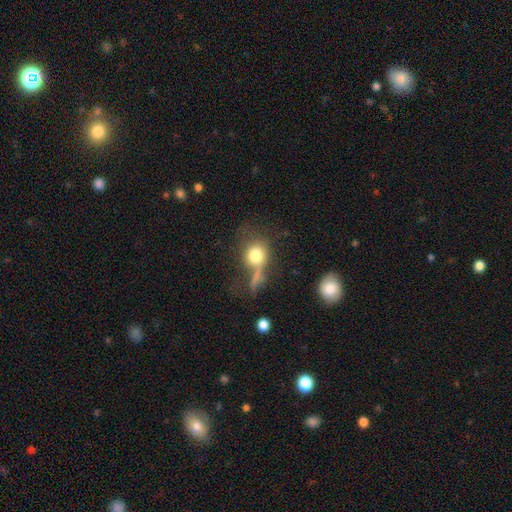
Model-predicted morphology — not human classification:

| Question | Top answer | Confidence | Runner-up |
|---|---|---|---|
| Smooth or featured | smooth | 74% | featured or disk (16%) |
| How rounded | round | 71% | in between (27%) |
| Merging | none | 35% | major disturbance (26%) |